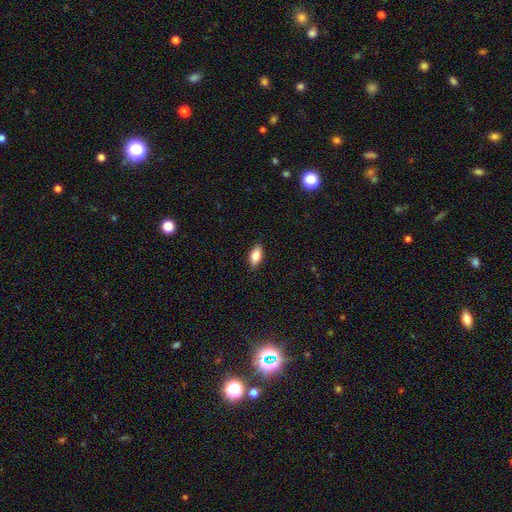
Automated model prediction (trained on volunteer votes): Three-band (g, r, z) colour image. It shows a smooth galaxy with no disk features (82%) that is in between round and cigar-shaped (87%). Merging: none (88%).